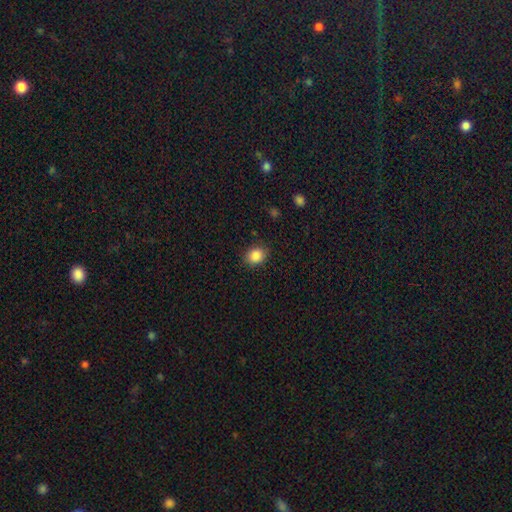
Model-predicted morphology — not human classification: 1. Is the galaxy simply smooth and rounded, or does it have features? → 87% smooth, 9% star or artifact, 4% featured or disk.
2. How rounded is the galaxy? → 59% round, 40% in between, 1% cigar-shaped.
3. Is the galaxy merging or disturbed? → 85% none, 11% minor disturbance, 3% major disturbance, 1% merger.